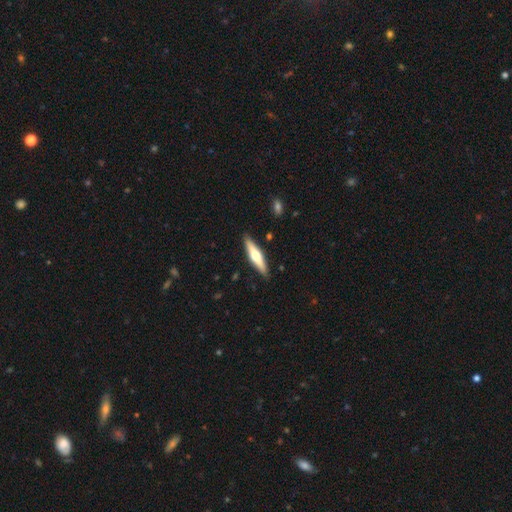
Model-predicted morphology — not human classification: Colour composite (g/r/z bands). It shows a featured or disk galaxy (55%) viewed edge-on (94%) with a rounded central bulge (93%). Merging: none (89%).